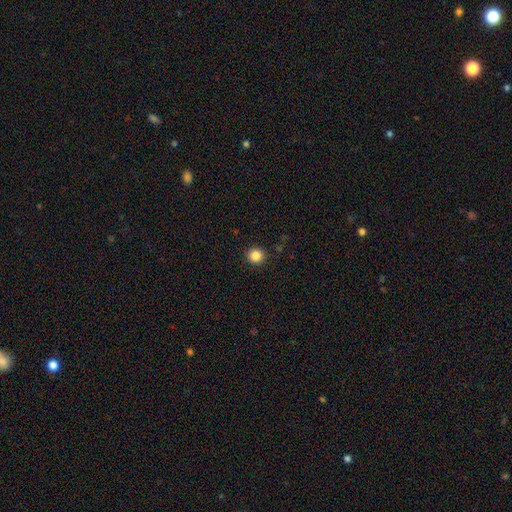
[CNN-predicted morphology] Smooth or featured: smooth — 85% (star or artifact — 11%)
How rounded: round — 92% (in between — 7%)
Merging: none — 91% (minor disturbance — 6%)